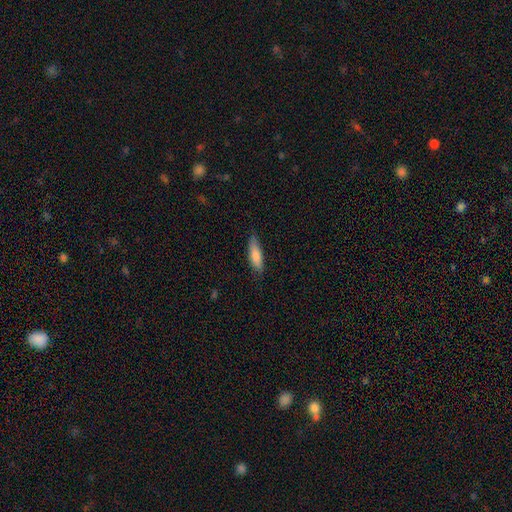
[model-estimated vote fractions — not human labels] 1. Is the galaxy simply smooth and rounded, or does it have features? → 81% smooth, 13% featured or disk, 6% star or artifact.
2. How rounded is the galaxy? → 52% cigar-shaped, 46% in between, 2% round.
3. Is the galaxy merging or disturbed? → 78% none, 18% minor disturbance, 3% major disturbance, 1% merger.